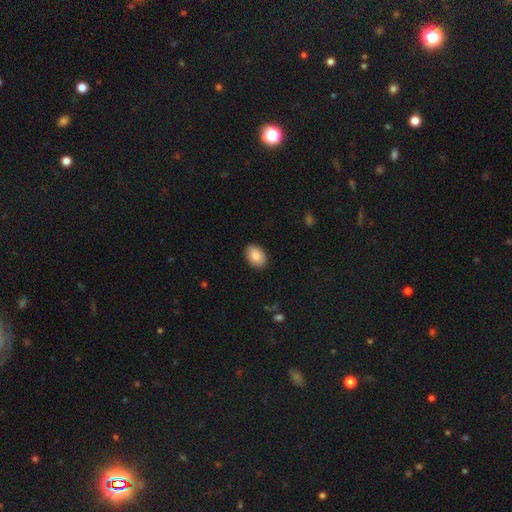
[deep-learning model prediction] smooth_or_featured: smooth (p=0.89) [alt: star or artifact p=0.07]
how_rounded: in between (p=0.83) [alt: round p=0.15]
merging: none (p=0.88) [alt: minor disturbance p=0.09]